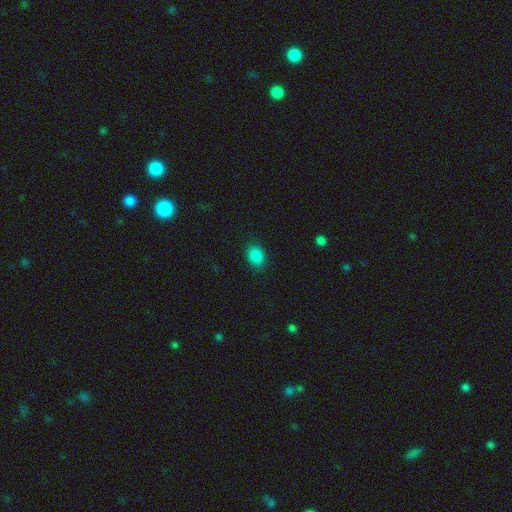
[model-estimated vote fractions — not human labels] smooth-or-featured: smooth: 85% | star or artifact: 11% | featured or disk: 4%
  how-rounded: in between: 58% | round: 41% | cigar-shaped: 1%
  merging: none: 87% | minor disturbance: 10% | major disturbance: 3% | merger: 1%